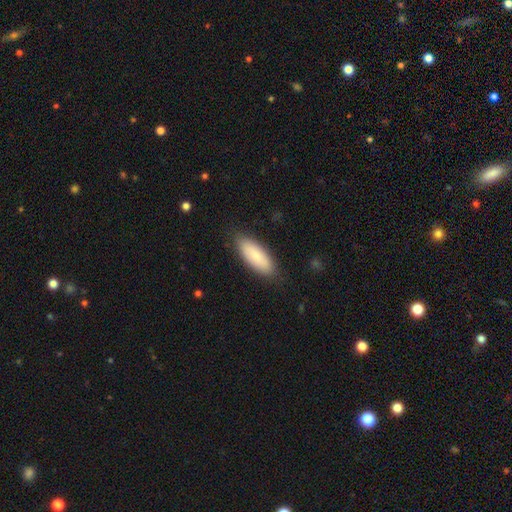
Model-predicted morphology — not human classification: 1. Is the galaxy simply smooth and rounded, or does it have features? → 81% smooth, 13% featured or disk, 6% star or artifact.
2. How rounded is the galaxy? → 75% in between, 24% cigar-shaped, 2% round.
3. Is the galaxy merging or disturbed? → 85% none, 12% minor disturbance, 2% major disturbance, 1% merger.